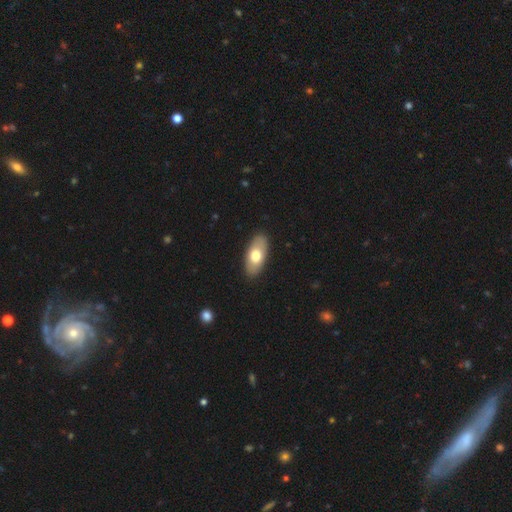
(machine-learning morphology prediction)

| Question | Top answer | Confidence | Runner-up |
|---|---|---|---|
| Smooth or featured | smooth | 69% | featured or disk (26%) |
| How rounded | in between | 91% | cigar-shaped (6%) |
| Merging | none | 88% | minor disturbance (9%) |